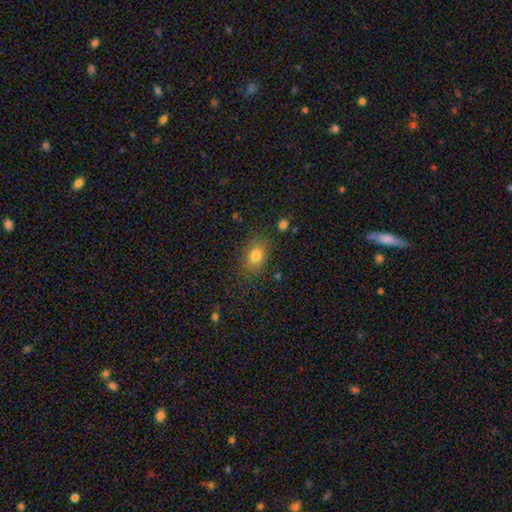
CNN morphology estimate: Overall: smooth (80%). How rounded: in between (63%; round 35%). Merging: none (83%).